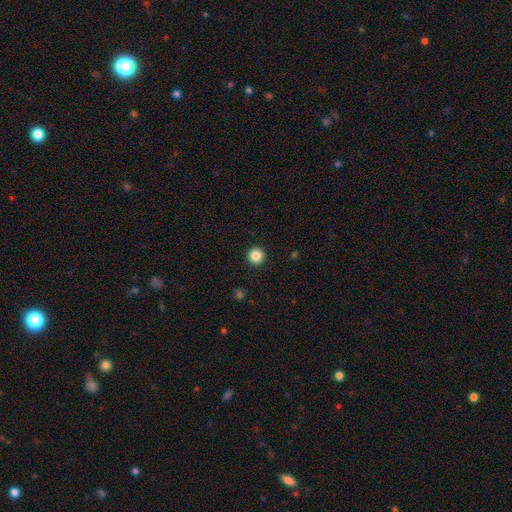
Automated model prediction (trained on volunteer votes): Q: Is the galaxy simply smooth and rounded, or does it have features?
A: smooth — 86%.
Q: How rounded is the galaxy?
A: round — 96%.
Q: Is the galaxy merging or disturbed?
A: none — 93%.